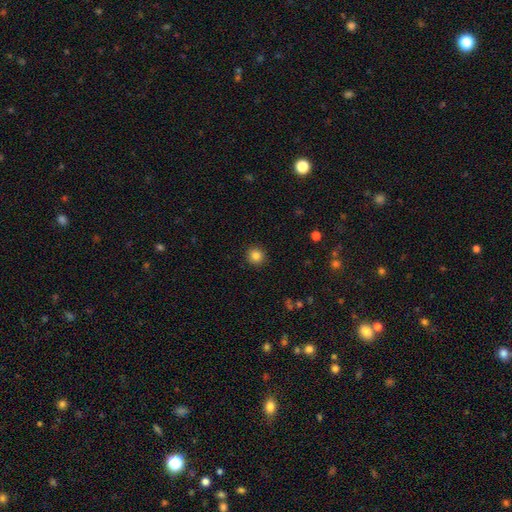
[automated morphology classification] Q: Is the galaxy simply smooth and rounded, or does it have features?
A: smooth — 84%.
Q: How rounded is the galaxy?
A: round — 93%.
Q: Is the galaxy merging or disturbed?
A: none — 92%.